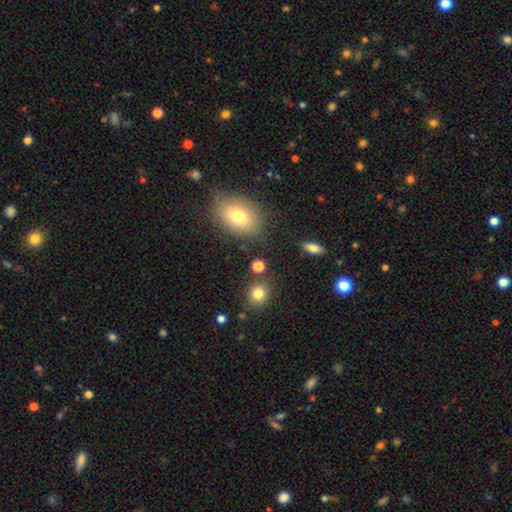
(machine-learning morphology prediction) smooth-or-featured: smooth: 64% | star or artifact: 24% | featured or disk: 12%
  how-rounded: in between: 72% | round: 26% | cigar-shaped: 2%
  merging: none: 85% | minor disturbance: 9% | merger: 4% | major disturbance: 3%